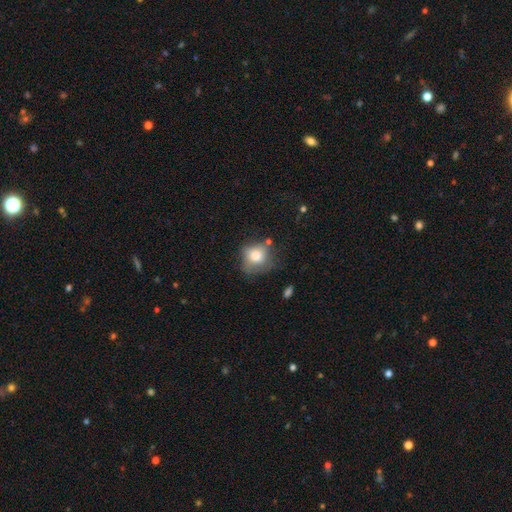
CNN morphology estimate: This is likely a smooth galaxy (77%). How rounded: likely round (72%). Merging: possibly none (49%).